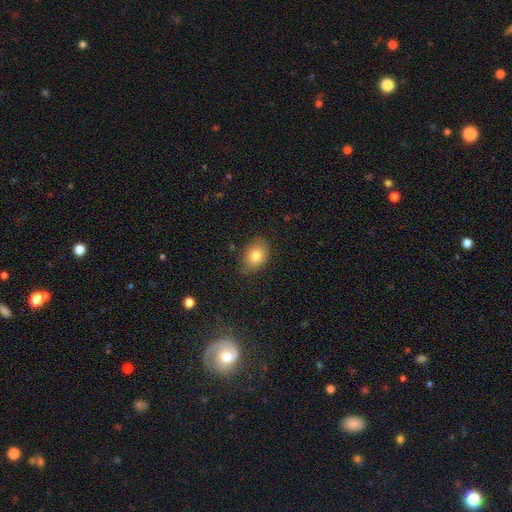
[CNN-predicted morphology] Smooth or featured: smooth — 80% (featured or disk — 11%)
How rounded: in between — 75% (round — 24%)
Merging: none — 73% (minor disturbance — 22%)